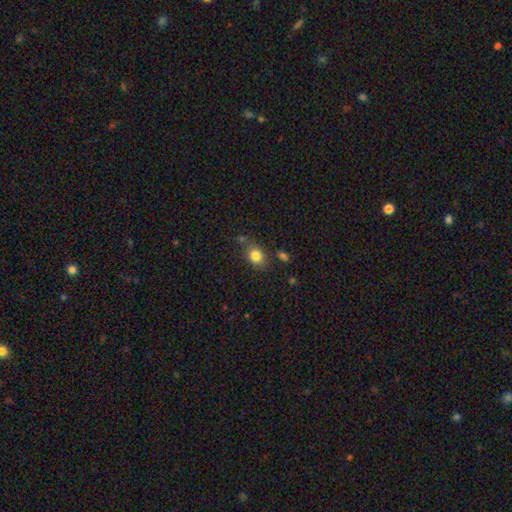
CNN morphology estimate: smooth 82%, star or artifact 10%, featured or disk 8%. Down the decision tree: how rounded — in between (58%); merging — none (70%).